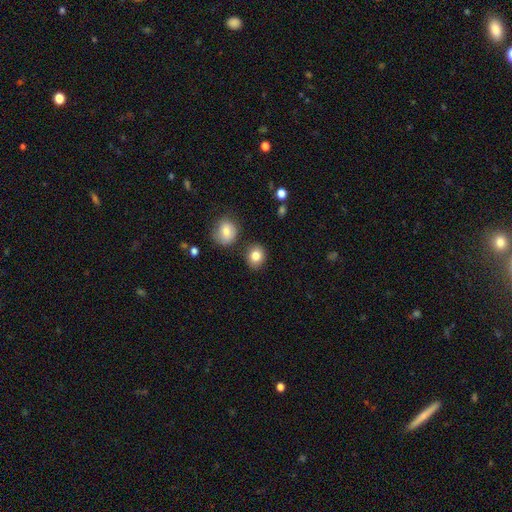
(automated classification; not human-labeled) Smooth or featured: smooth — 83% (star or artifact — 9%)
How rounded: round — 67% (in between — 32%)
Merging: none — 84% (minor disturbance — 9%)